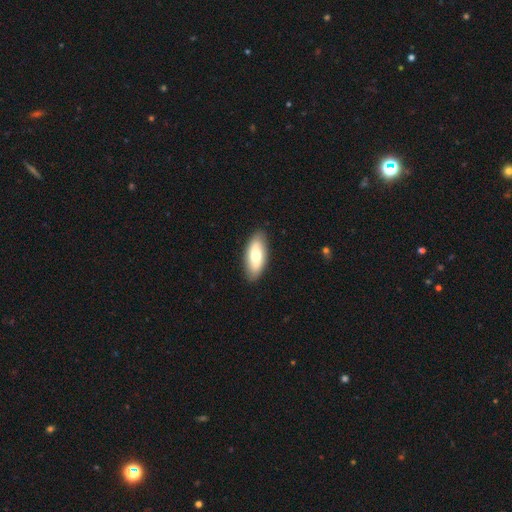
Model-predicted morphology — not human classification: Overall: smooth (65%; featured or disk 30%). How rounded: in between (85%). Merging: none (88%).